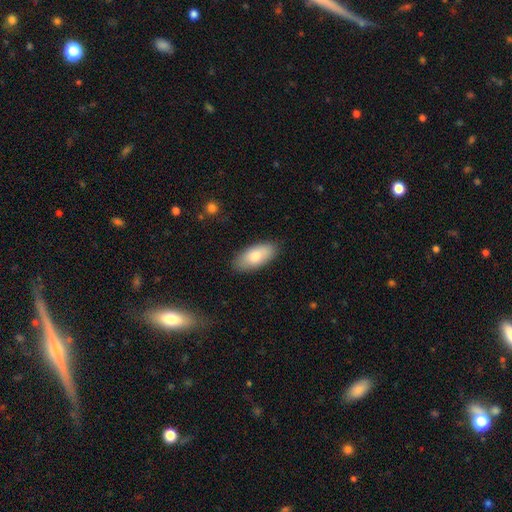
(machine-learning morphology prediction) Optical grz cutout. It shows a smooth galaxy with no disk features (79%) that is in between round and cigar-shaped (88%). Merging: none (85%).